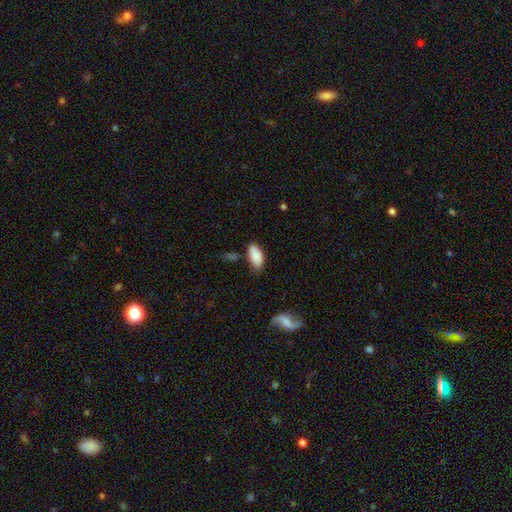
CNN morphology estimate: Smooth or featured? smooth (85%)
How rounded? in between (91%)
Merging? none (67%)